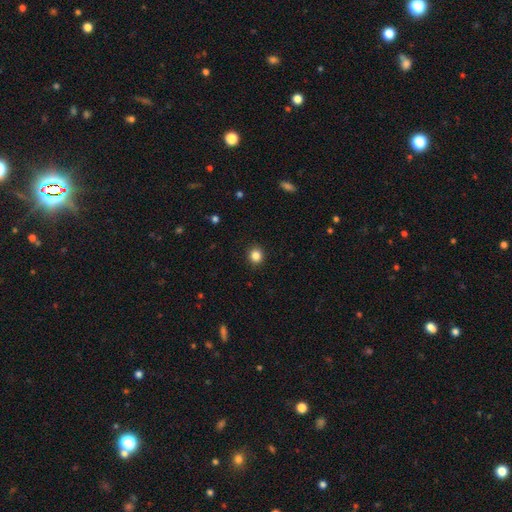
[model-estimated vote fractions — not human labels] Smooth or featured?
  - smooth: 85% *
  - star or artifact: 11%
  - featured or disk: 4%
How rounded?
  - round: 85% *
  - in between: 15%
  - cigar-shaped: 1%
Merging?
  - none: 92% *
  - minor disturbance: 6%
  - major disturbance: 2%
  - merger: 1%